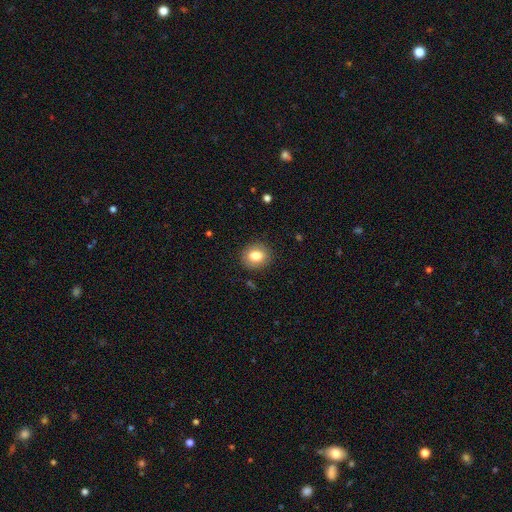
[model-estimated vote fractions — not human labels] This appears to be a smooth galaxy with no disk features (81%) that is round (72%). Merging: none (89%).